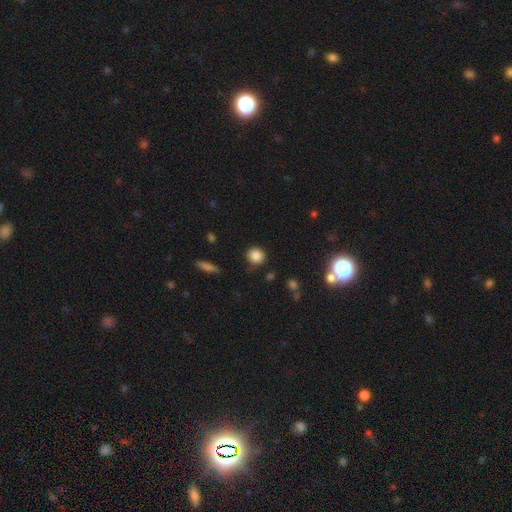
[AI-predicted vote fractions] Q: Smooth or featured?
A: smooth (85%); runner-up: star or artifact (10%)
Q: How rounded?
A: round (90%); runner-up: in between (9%)
Q: Merging?
A: none (84%); runner-up: minor disturbance (11%)